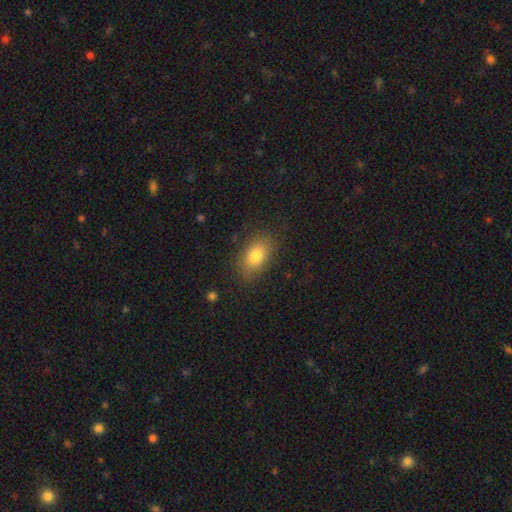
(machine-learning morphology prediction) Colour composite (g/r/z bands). It shows a smooth galaxy with no disk features (81%) that is in between round and cigar-shaped (88%). Merging: none (82%).